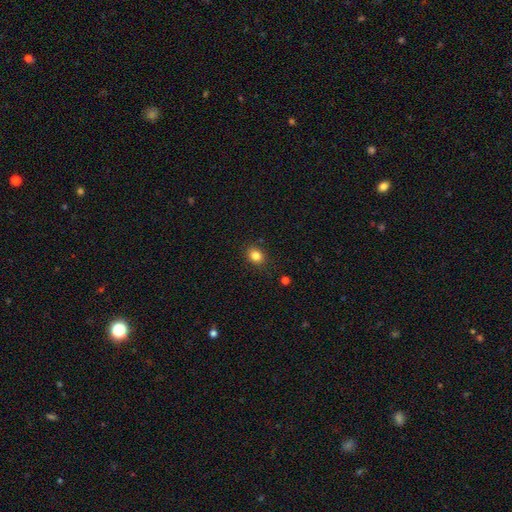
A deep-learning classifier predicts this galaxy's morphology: This appears to be a smooth galaxy with no disk features (83%) that is round (52%). Merging: none (88%).